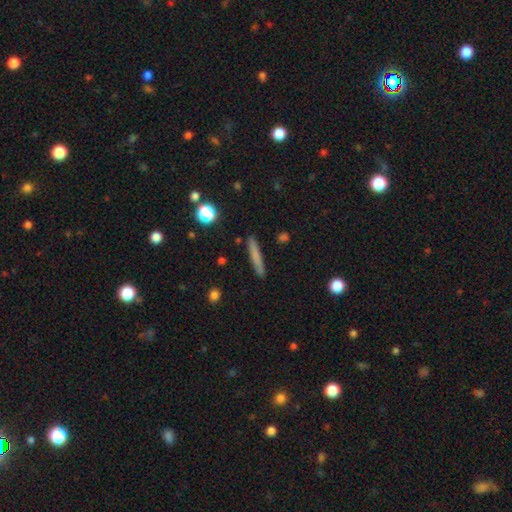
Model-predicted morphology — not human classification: Smooth or featured? Predicted: smooth (p=0.72). How rounded? Predicted: cigar-shaped (p=0.93). Merging? Predicted: none (p=0.88).